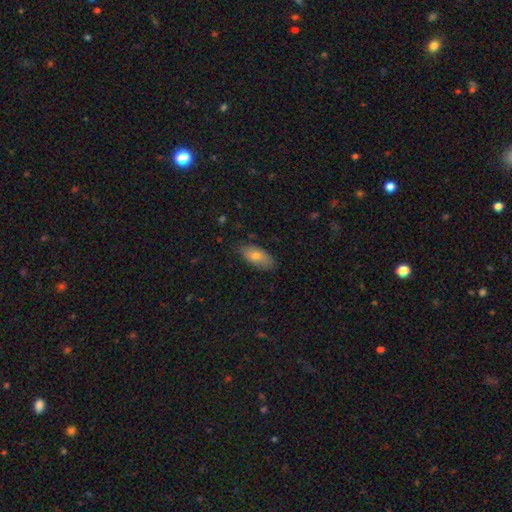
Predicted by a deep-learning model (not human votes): Smooth or featured: smooth — 74% (featured or disk — 18%)
How rounded: in between — 86% (cigar-shaped — 11%)
Merging: none — 81% (minor disturbance — 16%)